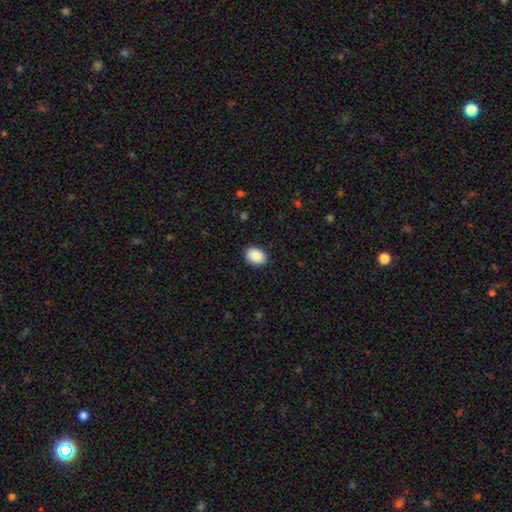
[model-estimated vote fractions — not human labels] smooth_or_featured: smooth (p=0.90) [alt: star or artifact p=0.07]
how_rounded: in between (p=0.74) [alt: round p=0.25]
merging: none (p=0.89) [alt: minor disturbance p=0.08]